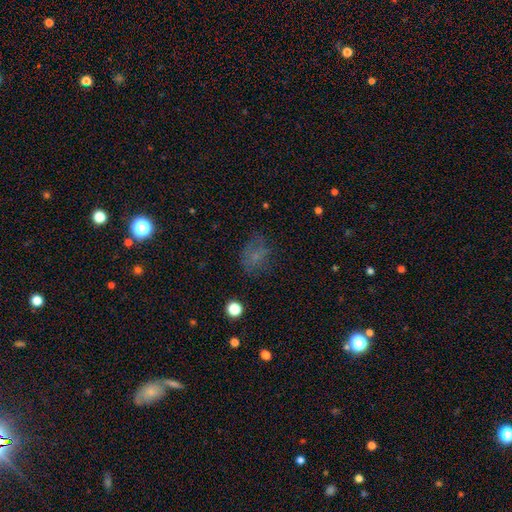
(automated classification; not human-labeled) Smooth or featured: smooth — 58% (star or artifact — 21%)
How rounded: in between — 52% (round — 47%)
Merging: none — 59% (minor disturbance — 22%)